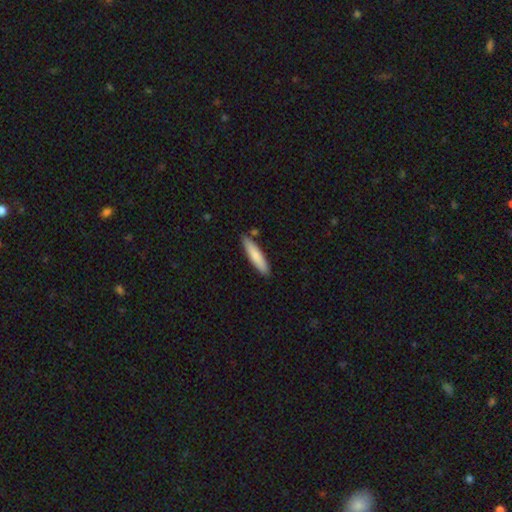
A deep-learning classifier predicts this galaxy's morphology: Smooth or featured? Predicted: smooth (p=0.79). How rounded? Predicted: cigar-shaped (p=0.82). Merging? Predicted: none (p=0.84).